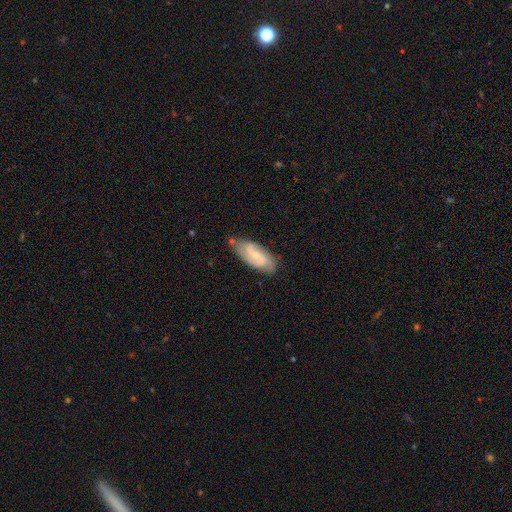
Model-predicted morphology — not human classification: Overall: featured or disk (73%). Edge-on disk: no (94%). Bar: weak (47%; no 39%). Spiral arms: yes (94%). Spiral arm count: 2 (71%). Spiral winding: medium (46%; tight 34%). Bulge size: small (69%). Merging: none (72%).